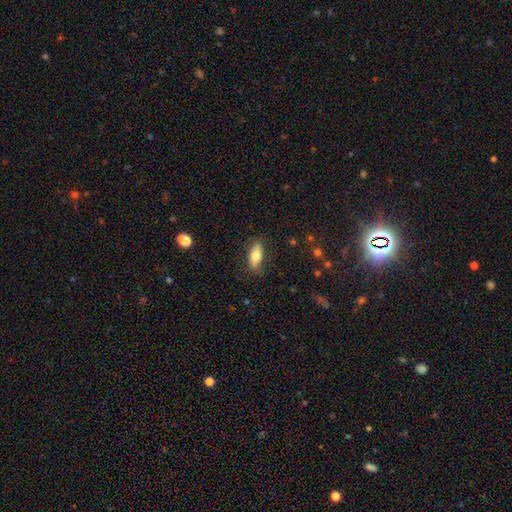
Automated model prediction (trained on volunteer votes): The model was most divided on "smooth or featured": smooth: 71%, featured or disk: 22%, star or artifact: 7%. More confident: merging — none (82%); how rounded — in between (75%).